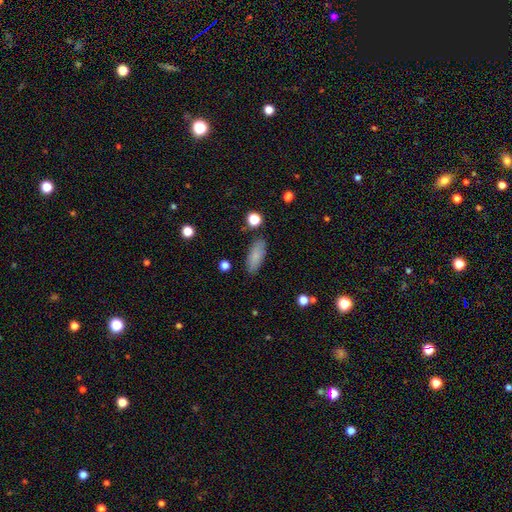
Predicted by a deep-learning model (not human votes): smooth_or_featured: smooth (p=0.83) [alt: featured or disk p=0.10]
how_rounded: in between (p=0.77) [alt: cigar-shaped p=0.21]
merging: none (p=0.85) [alt: minor disturbance p=0.10]